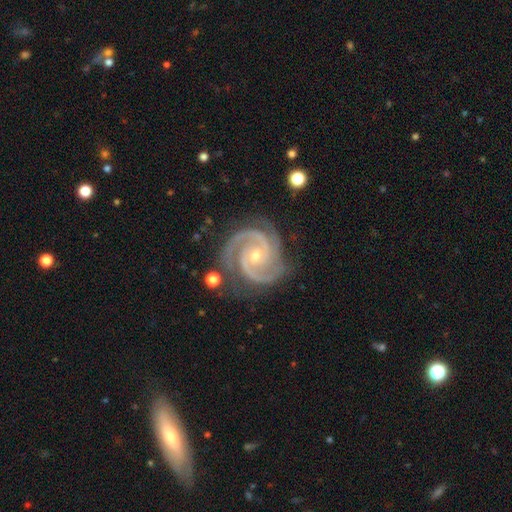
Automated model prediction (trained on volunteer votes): Q: Smooth or featured?
A: featured or disk (94%); runner-up: star or artifact (4%)
Q: Edge-on disk?
A: no (98%); runner-up: yes (2%)
Q: Bar?
A: no (62%); runner-up: weak (28%)
Q: Spiral arms?
A: yes (99%); runner-up: no (1%)
Q: Spiral winding?
A: tight (64%); runner-up: medium (33%)
Q: Spiral arm count?
A: 2 (64%); runner-up: 3 (26%)
Q: Bulge size?
A: small (61%); runner-up: moderate (37%)
Q: Merging?
A: none (78%); runner-up: minor disturbance (16%)